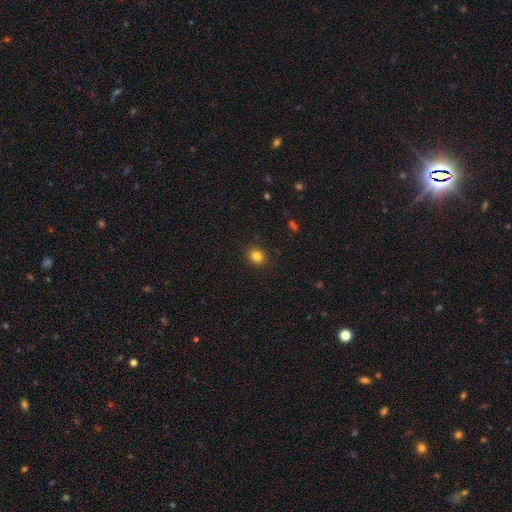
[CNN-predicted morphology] This is clearly a smooth galaxy (83%). How rounded: clearly round (81%). Merging: clearly none (90%).